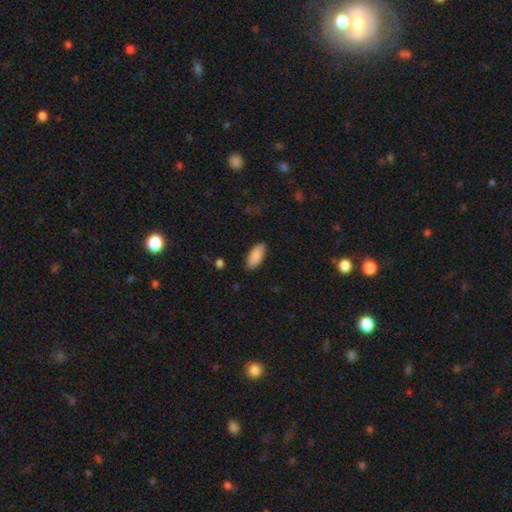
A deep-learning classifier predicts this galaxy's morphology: Smooth or featured: smooth — 89% (star or artifact — 6%)
How rounded: in between — 85% (cigar-shaped — 13%)
Merging: none — 85% (minor disturbance — 11%)